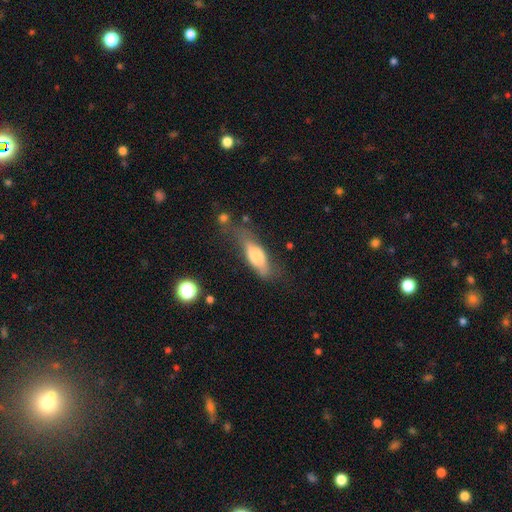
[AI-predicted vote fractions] A smooth galaxy with no disk features (59%) that is in between round and cigar-shaped (53%). Merging: none (45%).